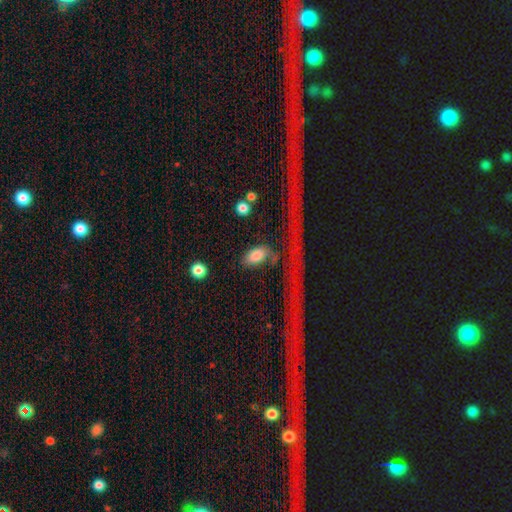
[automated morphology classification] smooth-or-featured: smooth: 79% | featured or disk: 13% | star or artifact: 8%
  how-rounded: in between: 89% | round: 6% | cigar-shaped: 4%
  merging: none: 64% | minor disturbance: 16% | major disturbance: 12% | merger: 8%